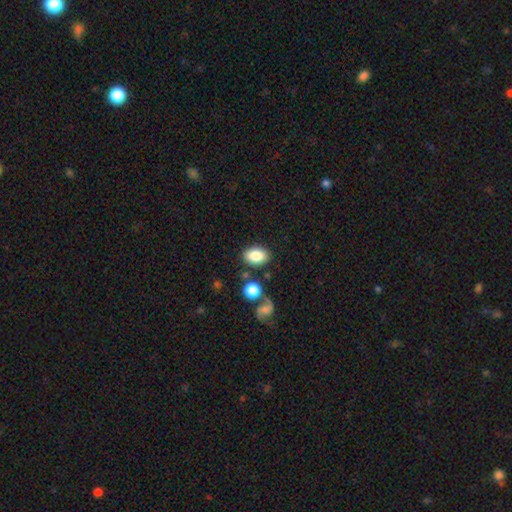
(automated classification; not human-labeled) The model was most divided on "how rounded": in between: 84%, round: 15%, cigar-shaped: 1%. More confident: smooth or featured — smooth (83%); merging — none (80%).